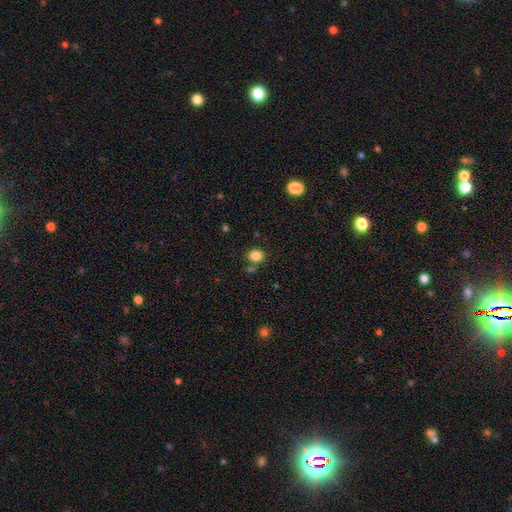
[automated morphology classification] This is clearly a smooth galaxy (84%). How rounded: possibly round (57%). Merging: likely none (73%).